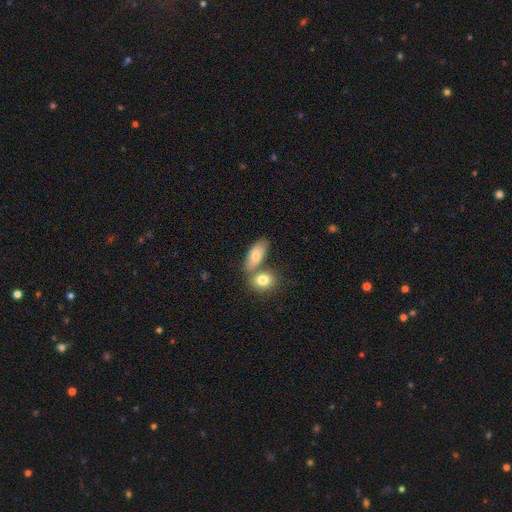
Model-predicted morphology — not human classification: smooth_or_featured: smooth (p=0.77) [alt: featured or disk p=0.16]
how_rounded: in between (p=0.83) [alt: cigar-shaped p=0.10]
merging: none (p=0.46) [alt: merger p=0.39]